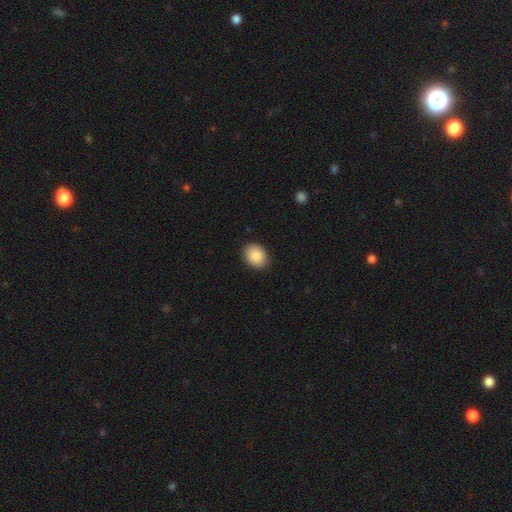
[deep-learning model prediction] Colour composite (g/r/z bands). It shows a smooth galaxy with no disk features (88%) that is in between round and cigar-shaped (53%). Merging: none (87%).